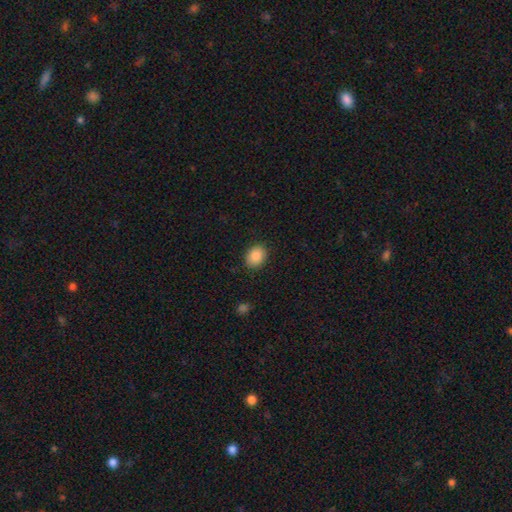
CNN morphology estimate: smooth_or_featured: smooth (p=0.87) [alt: star or artifact p=0.08]
how_rounded: in between (p=0.53) [alt: round p=0.47]
merging: none (p=0.88) [alt: minor disturbance p=0.08]